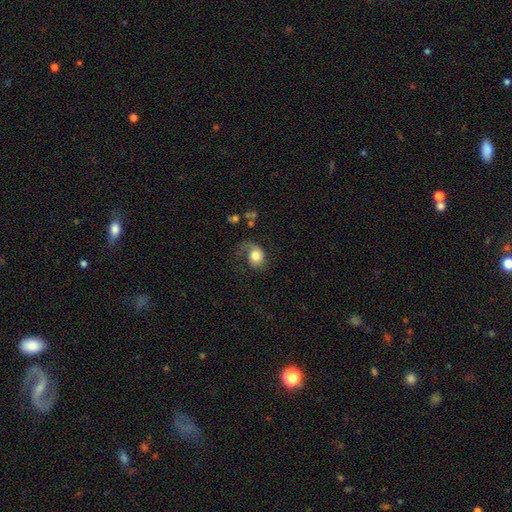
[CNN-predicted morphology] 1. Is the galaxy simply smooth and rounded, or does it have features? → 61% smooth, 31% featured or disk, 8% star or artifact.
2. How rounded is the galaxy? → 57% round, 42% in between, 1% cigar-shaped.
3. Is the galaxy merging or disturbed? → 38% major disturbance, 37% none, 22% minor disturbance, 3% merger.